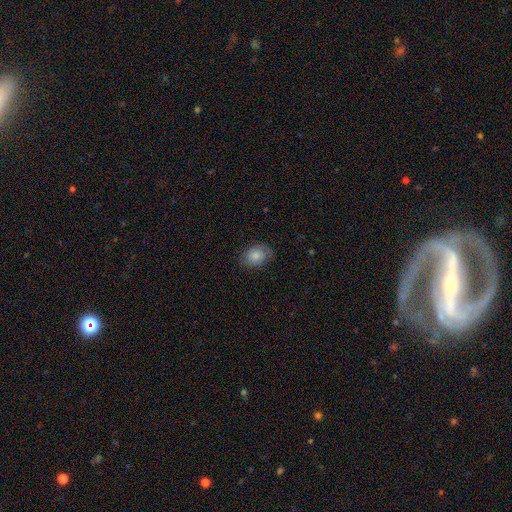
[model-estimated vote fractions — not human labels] Smooth or featured?
  - smooth: 73% *
  - featured or disk: 19%
  - star or artifact: 8%
How rounded?
  - in between: 70% *
  - round: 29%
  - cigar-shaped: 1%
Merging?
  - none: 74% *
  - minor disturbance: 20%
  - major disturbance: 5%
  - merger: 1%